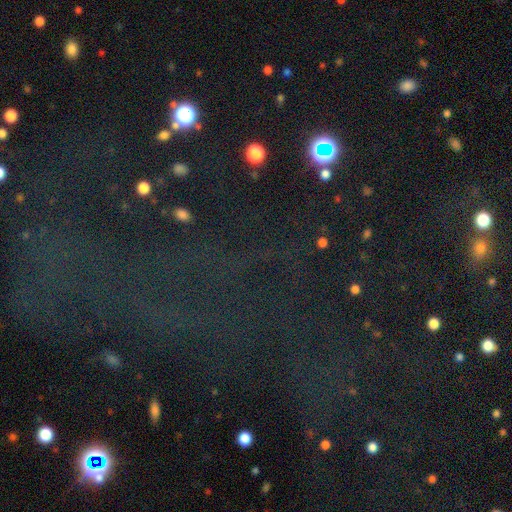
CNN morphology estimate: Smooth or featured: star or artifact — 75% (smooth — 16%)